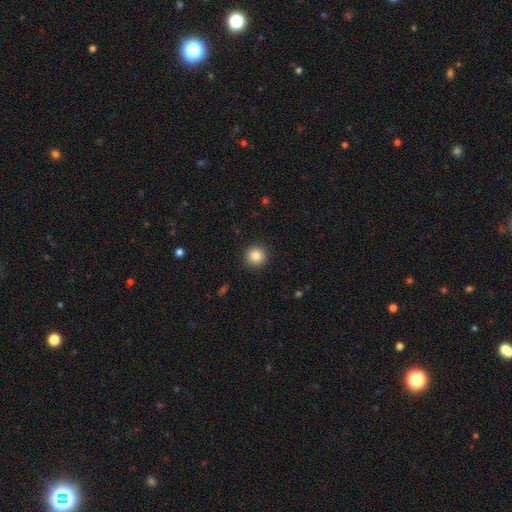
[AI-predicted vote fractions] smooth 86%, star or artifact 10%, featured or disk 5%. Down the decision tree: how rounded — round (93%); merging — none (92%).